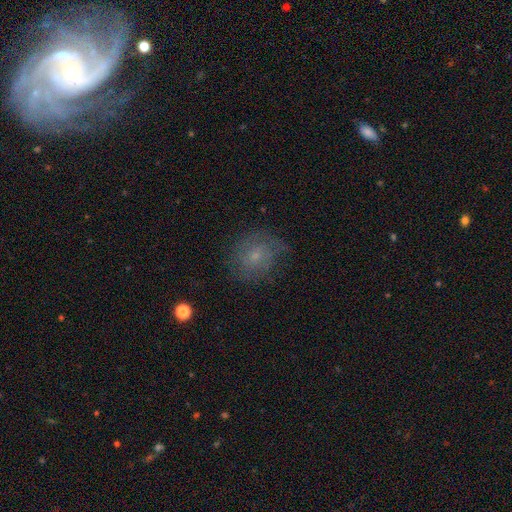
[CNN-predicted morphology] This is possibly a smooth galaxy (49%). Merging: likely none (67%).